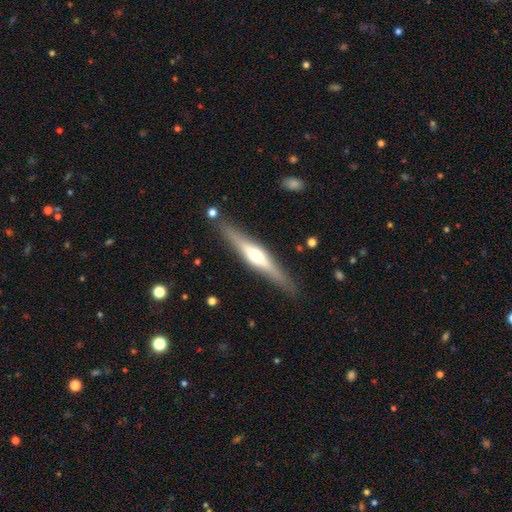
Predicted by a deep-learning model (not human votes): Morphology: type=featured or disk (69%); edge-on=yes (96%); edge-on bulge=rounded (87%); merging=none (87%).